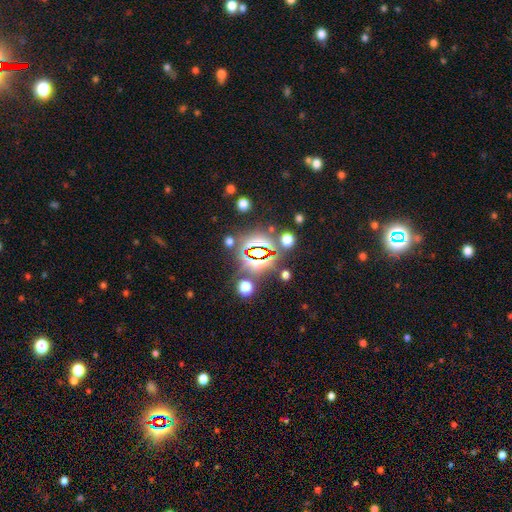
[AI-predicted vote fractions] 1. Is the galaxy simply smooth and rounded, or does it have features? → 81% star or artifact, 12% smooth, 8% featured or disk.